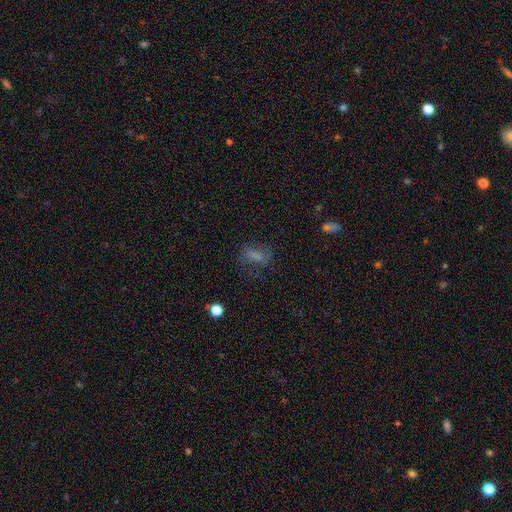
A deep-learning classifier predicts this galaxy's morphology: Smooth or featured: smooth — 61% (featured or disk — 22%)
How rounded: in between — 72% (cigar-shaped — 14%)
Merging: none — 61% (minor disturbance — 20%)